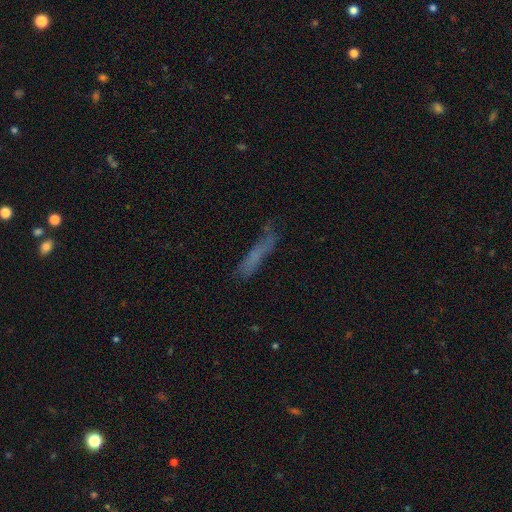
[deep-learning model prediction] A smooth galaxy with no disk features (61%) that is cigar-shaped (85%). Merging: none (57%).